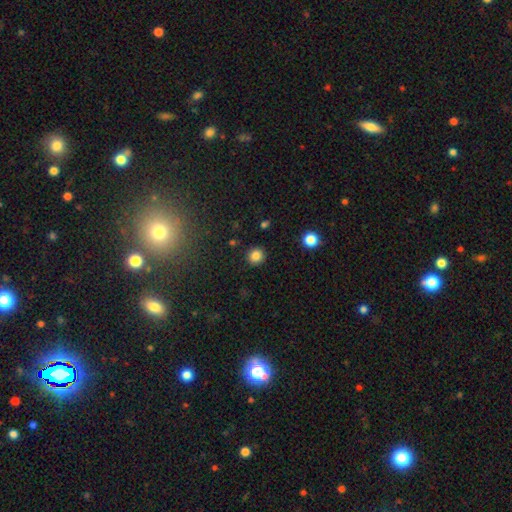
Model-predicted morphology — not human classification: This appears to be a smooth galaxy with no disk features (84%) that is round (92%). Merging: none (91%).